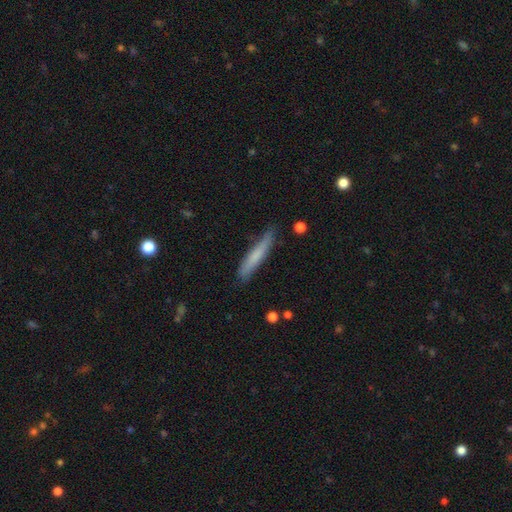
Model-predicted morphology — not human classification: Overall: smooth (70%). How rounded: cigar-shaped (92%). Merging: none (77%).